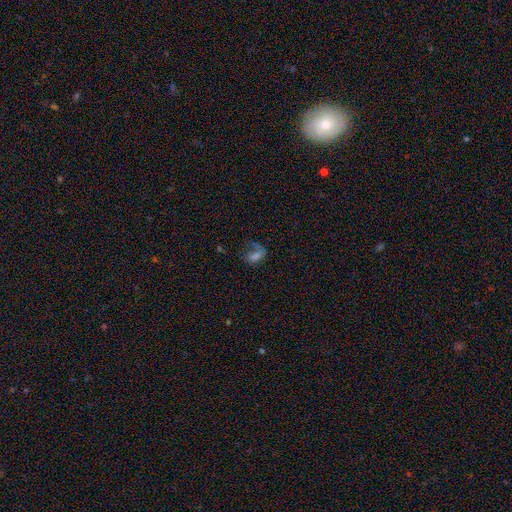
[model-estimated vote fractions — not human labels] smooth_or_featured: smooth (p=0.43) [alt: featured or disk p=0.36]
merging: major disturbance (p=0.40) [alt: none p=0.35]